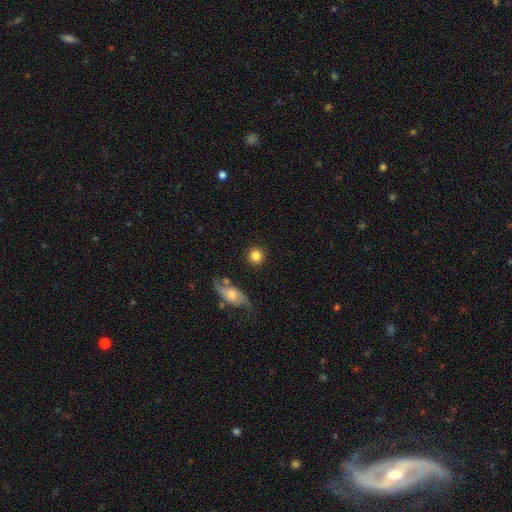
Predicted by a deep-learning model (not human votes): Smooth or featured? smooth (83%)
How rounded? round (91%)
Merging? none (85%)